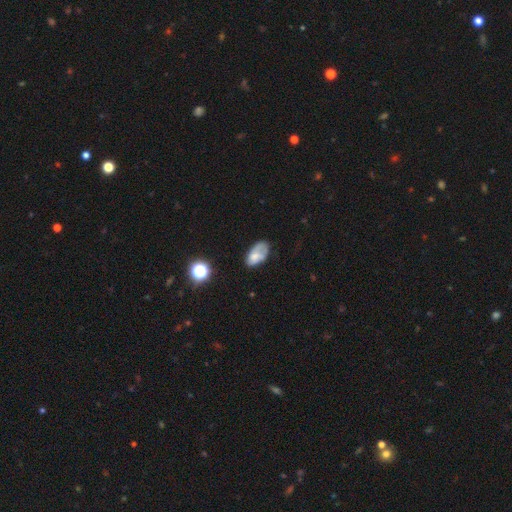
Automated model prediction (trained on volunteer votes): Overall: smooth (61%; featured or disk 28%). How rounded: in between (92%). Merging: none (46%; minor disturbance 32%).